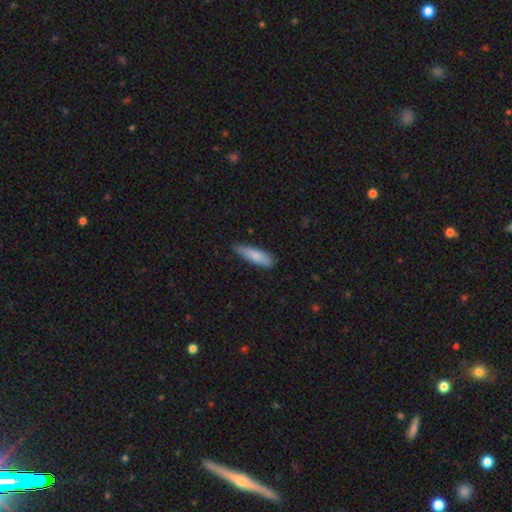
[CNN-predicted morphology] Smooth or featured: smooth — 81% (featured or disk — 13%)
How rounded: cigar-shaped — 66% (in between — 32%)
Merging: none — 76% (minor disturbance — 20%)